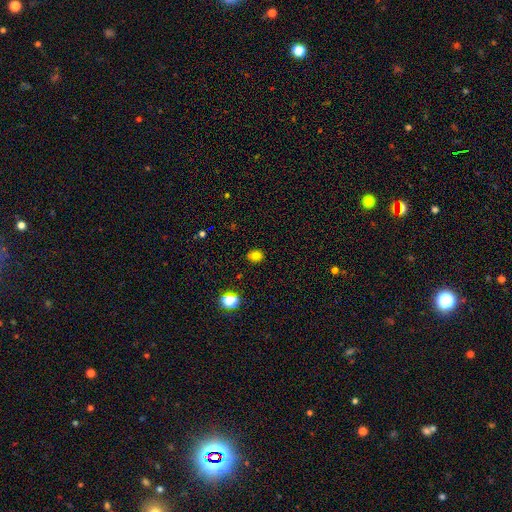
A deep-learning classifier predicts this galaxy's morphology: A smooth galaxy with no disk features (77%) that is round (68%). Merging: none (83%).